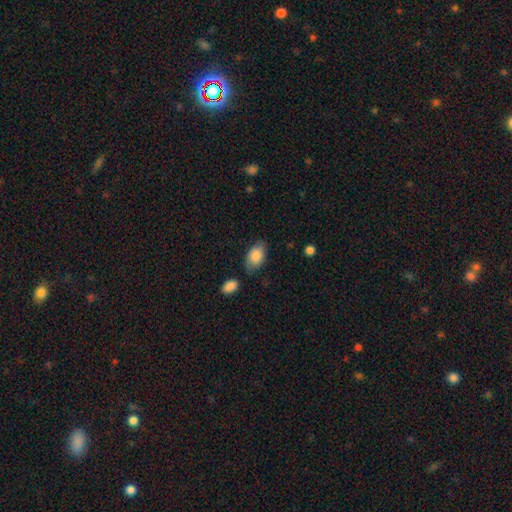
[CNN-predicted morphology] Smooth or featured: smooth — 84% (featured or disk — 10%)
How rounded: in between — 92% (round — 6%)
Merging: none — 73% (minor disturbance — 19%)